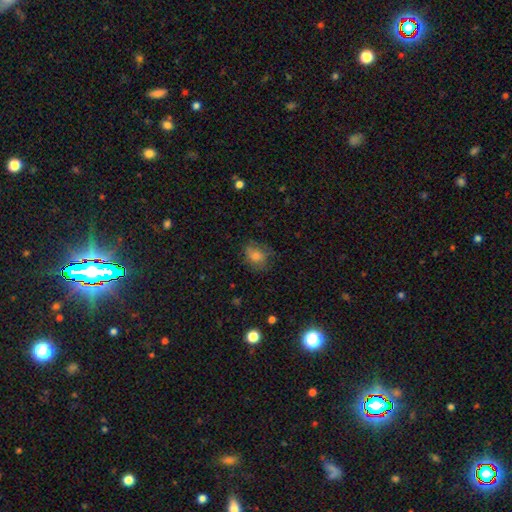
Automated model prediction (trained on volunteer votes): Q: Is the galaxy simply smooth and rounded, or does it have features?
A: smooth — 68%.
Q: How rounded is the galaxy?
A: round — 51%.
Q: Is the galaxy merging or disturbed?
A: none — 67%.